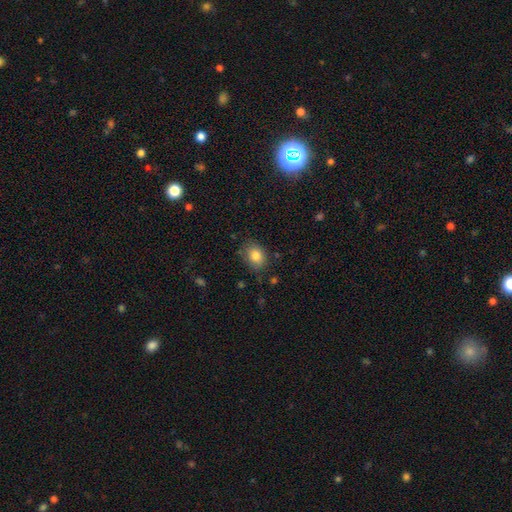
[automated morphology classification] smooth_or_featured: smooth (p=0.83) [alt: star or artifact p=0.09]
how_rounded: in between (p=0.56) [alt: round p=0.43]
merging: none (p=0.78) [alt: minor disturbance p=0.16]